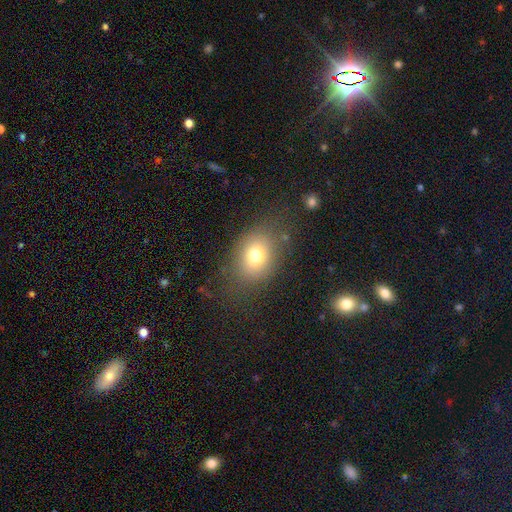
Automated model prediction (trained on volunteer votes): smooth_or_featured: smooth (p=0.73) [alt: star or artifact p=0.14]
how_rounded: in between (p=0.56) [alt: round p=0.43]
merging: none (p=0.74) [alt: minor disturbance p=0.14]